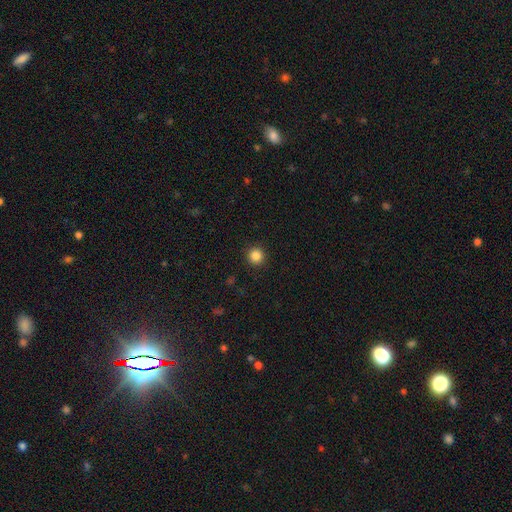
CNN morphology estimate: Smooth or featured: smooth — 86% (star or artifact — 11%)
How rounded: round — 95% (in between — 4%)
Merging: none — 92% (minor disturbance — 5%)